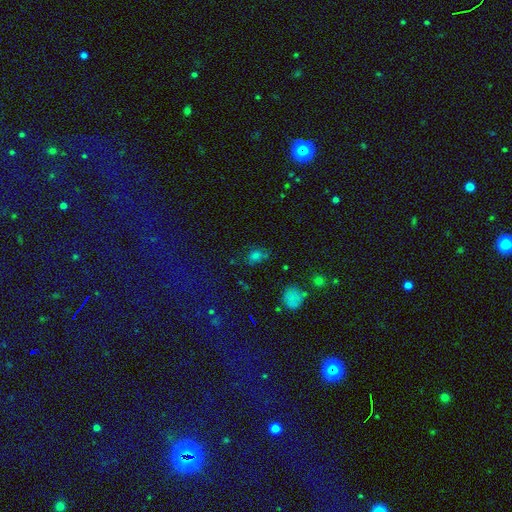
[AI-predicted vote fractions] Smooth or featured? smooth (64%)
How rounded? in between (62%)
Merging? none (65%)